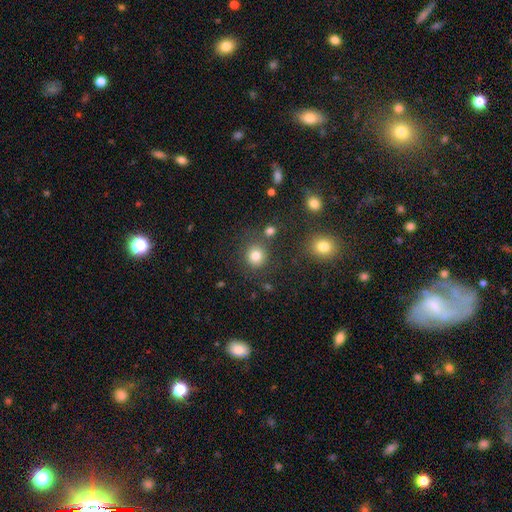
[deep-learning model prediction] The model was most divided on "merging": none: 78%, minor disturbance: 10%, merger: 8%, major disturbance: 4%. More confident: how rounded — round (87%); smooth or featured — smooth (81%).